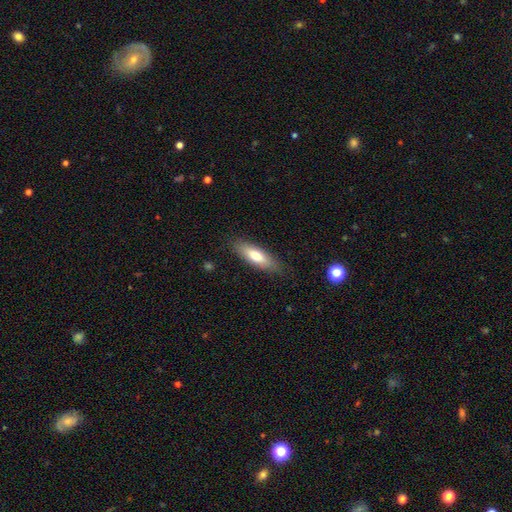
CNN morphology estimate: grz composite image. It shows a smooth galaxy with no disk features (73%) that is in between round and cigar-shaped (50%). Merging: none (84%).